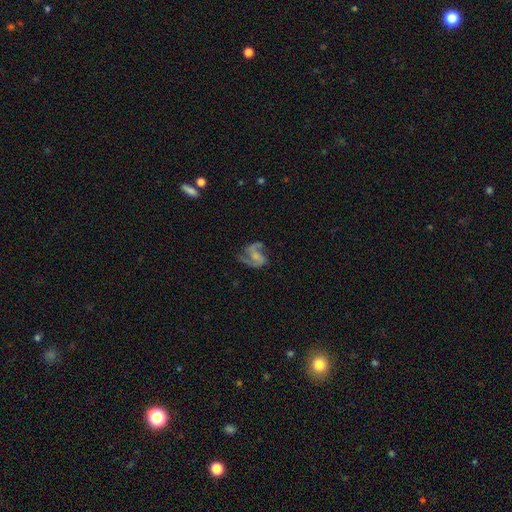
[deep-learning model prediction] featured or disk 80%, smooth 13%, star or artifact 7%. Down the decision tree: edge-on disk — no (98%); bar — no (48%); spiral arms — yes (93%); spiral arm count — 2 (82%); spiral winding — medium (52%); bulge size — small (38%); merging — none (58%).